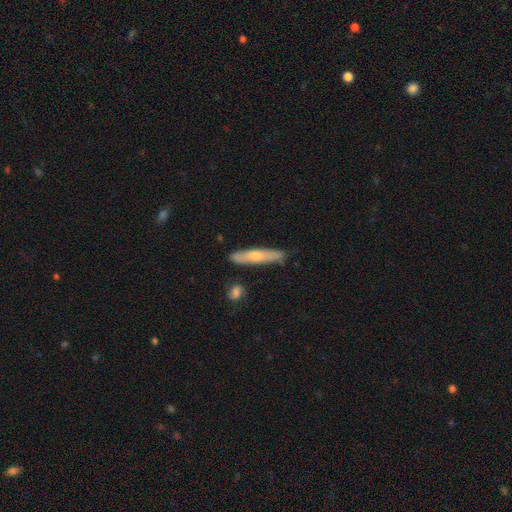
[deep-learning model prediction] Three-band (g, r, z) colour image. It shows a smooth galaxy with no disk features (52%) that is cigar-shaped (90%). Merging: none (83%).